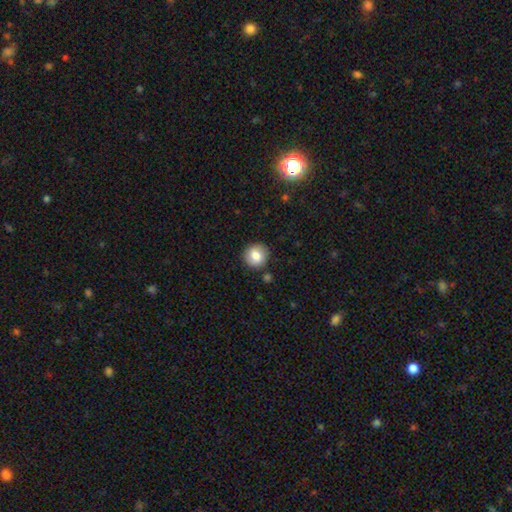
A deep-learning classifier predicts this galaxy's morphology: smooth 83%, featured or disk 9%, star or artifact 9%. Down the decision tree: how rounded — round (91%); merging — none (87%).